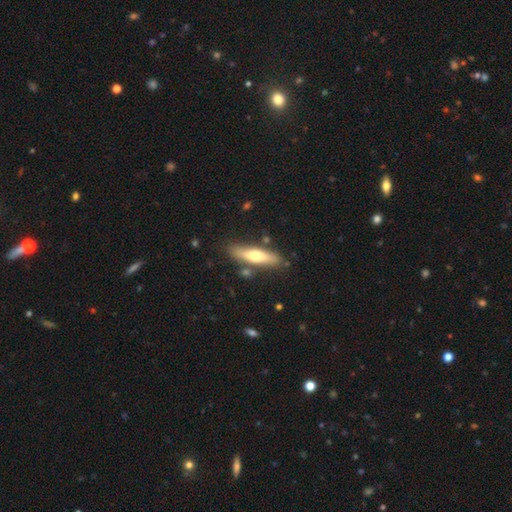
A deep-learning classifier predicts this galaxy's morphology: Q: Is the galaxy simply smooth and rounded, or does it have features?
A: smooth — 58%.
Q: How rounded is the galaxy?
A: cigar-shaped — 74%.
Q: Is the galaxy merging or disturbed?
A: none — 81%.